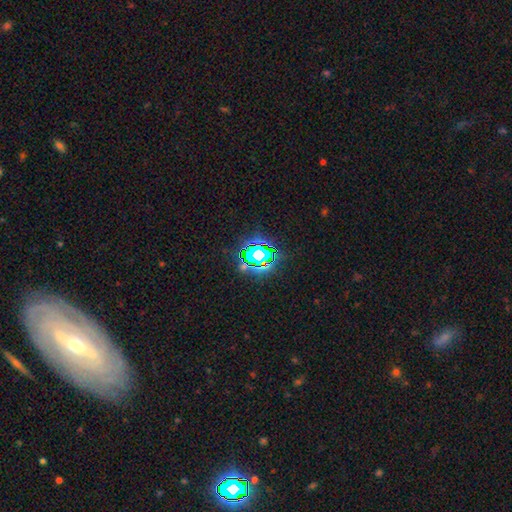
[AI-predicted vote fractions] This is likely a star or artifact rather than a galaxy (69%).